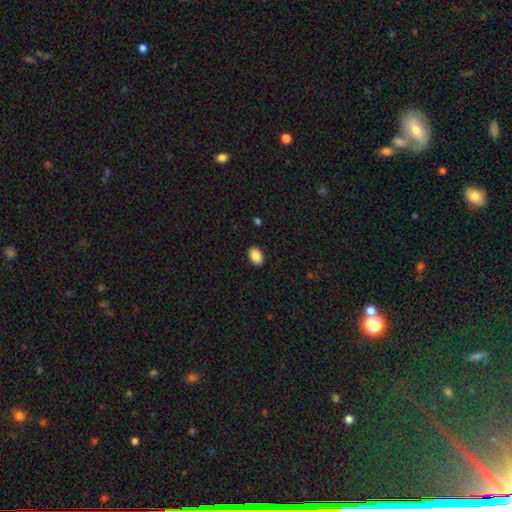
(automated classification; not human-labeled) smooth_or_featured: smooth (p=0.89) [alt: star or artifact p=0.08]
how_rounded: in between (p=0.89) [alt: round p=0.10]
merging: none (p=0.90) [alt: minor disturbance p=0.08]